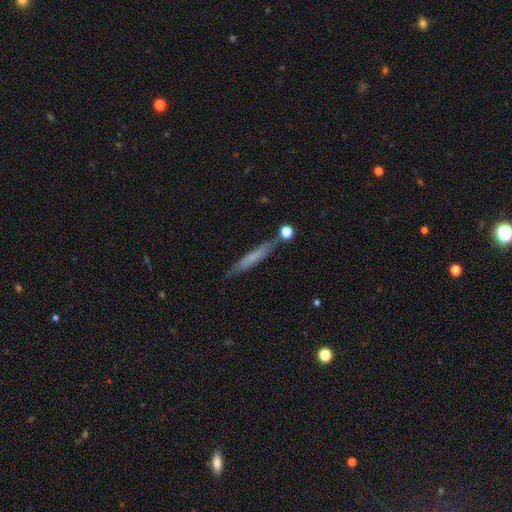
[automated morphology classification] smooth-or-featured: smooth: 55% | featured or disk: 37% | star or artifact: 9%
  how-rounded: cigar-shaped: 93% | in between: 5% | round: 2%
  merging: none: 76% | minor disturbance: 15% | merger: 6% | major disturbance: 4%